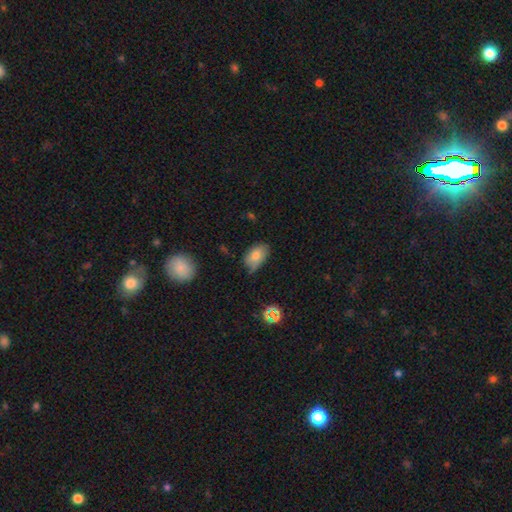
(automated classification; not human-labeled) Smooth or featured: smooth — 75% (featured or disk — 15%)
How rounded: in between — 90% (round — 8%)
Merging: none — 55% (minor disturbance — 35%)